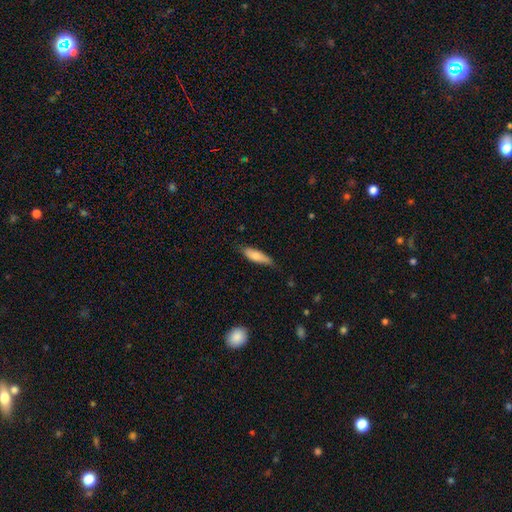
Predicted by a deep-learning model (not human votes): A smooth galaxy with no disk features (76%) that is cigar-shaped (54%). Merging: none (71%).